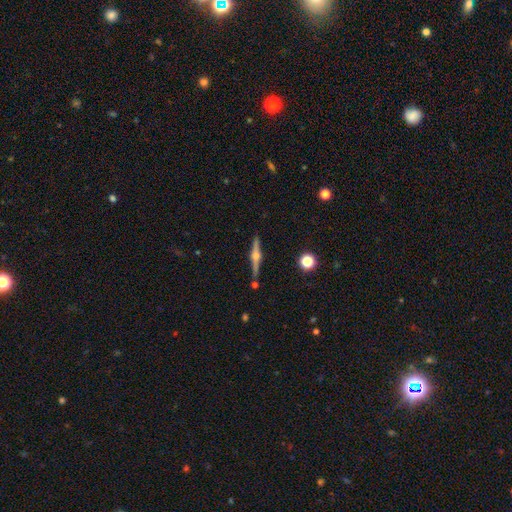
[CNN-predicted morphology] featured or disk 80%, smooth 13%, star or artifact 7%. Down the decision tree: edge-on disk — yes (98%); edge-on bulge — rounded (91%); merging — none (86%).